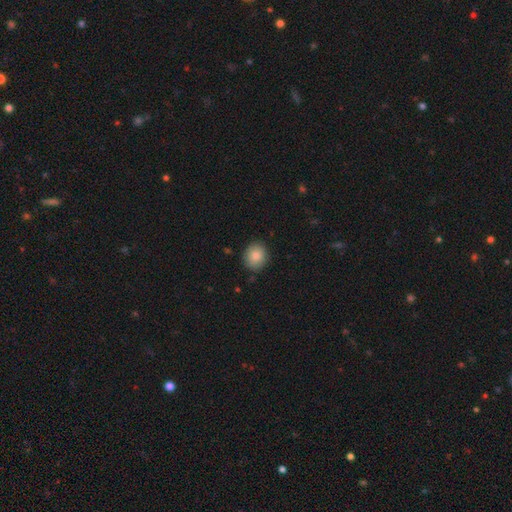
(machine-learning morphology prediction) The model was most divided on "how rounded": round: 77%, in between: 22%, cigar-shaped: 1%. More confident: merging — none (87%); smooth or featured — smooth (85%).